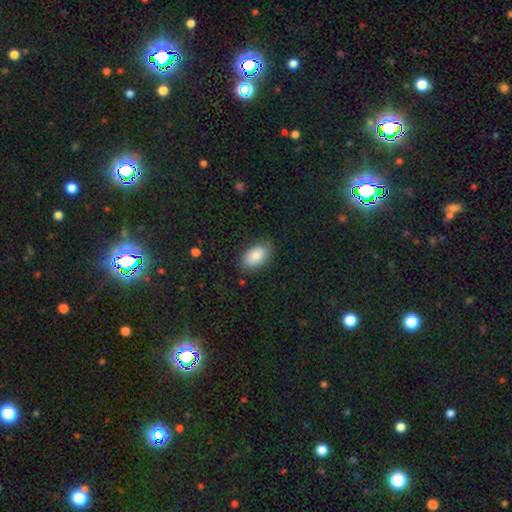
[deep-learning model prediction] Smooth or featured: smooth — 81% (featured or disk — 12%)
How rounded: in between — 93% (round — 5%)
Merging: none — 78% (minor disturbance — 17%)